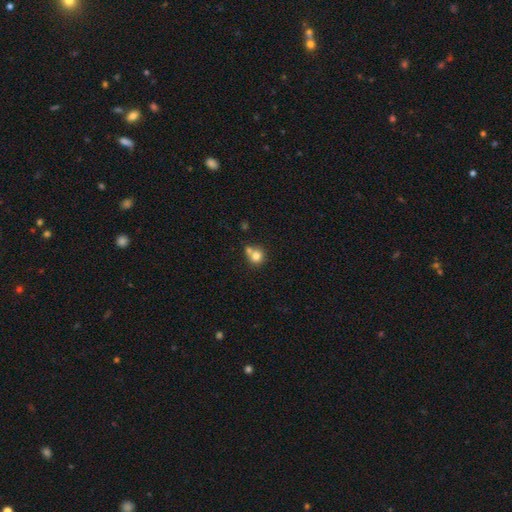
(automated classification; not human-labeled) The model was most divided on "merging": none: 48%, merger: 39%, minor disturbance: 10%, major disturbance: 3%. More confident: how rounded — round (86%); smooth or featured — smooth (77%).